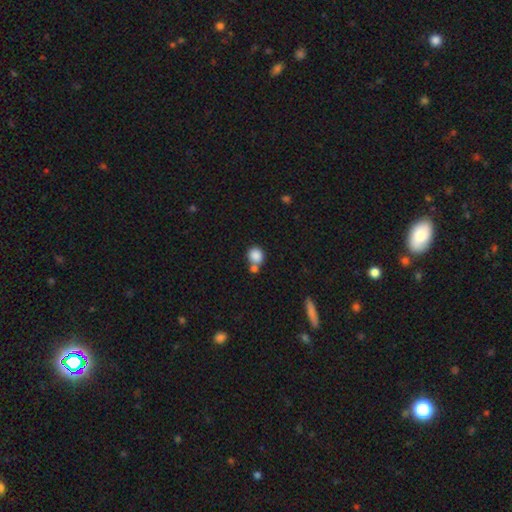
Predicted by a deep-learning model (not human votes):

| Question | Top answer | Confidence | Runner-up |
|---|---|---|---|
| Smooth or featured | smooth | 86% | star or artifact (9%) |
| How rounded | round | 80% | in between (19%) |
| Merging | none | 50% | merger (36%) |